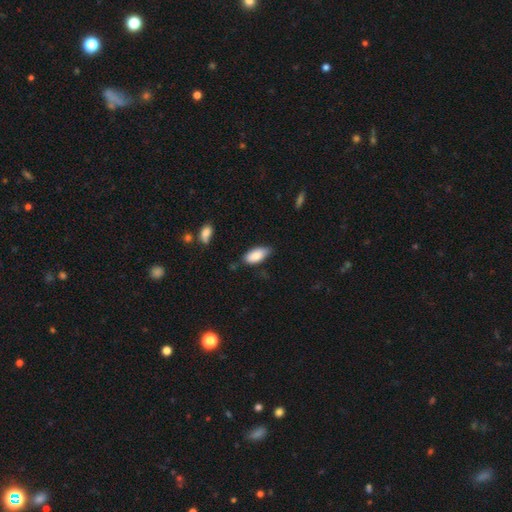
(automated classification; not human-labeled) This appears to be a smooth galaxy with no disk features (85%) that is in between round and cigar-shaped (90%). Merging: none (64%).